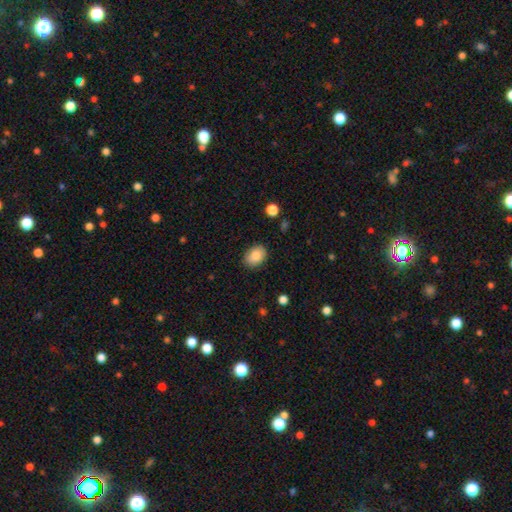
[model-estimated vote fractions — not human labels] Smooth or featured? Predicted: smooth (p=0.85). How rounded? Predicted: in between (p=0.74). Merging? Predicted: none (p=0.85).